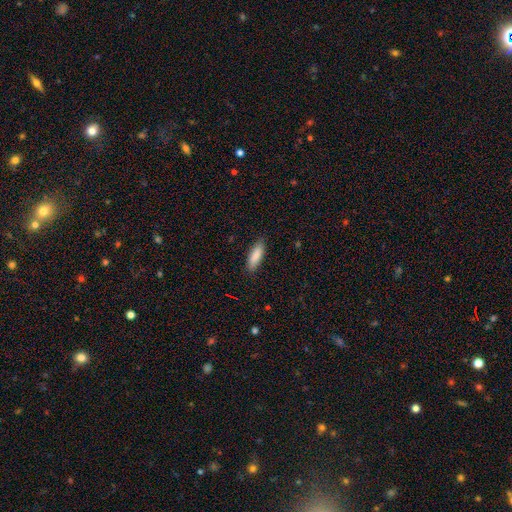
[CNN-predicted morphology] A smooth galaxy with no disk features (86%) that is in between round and cigar-shaped (53%).

Vote fractions:
- Smooth or featured? smooth: 86% / featured or disk: 8% / star or artifact: 6%
- How rounded? in between: 53% / cigar-shaped: 46% / round: 2%
- Merging? none: 85% / minor disturbance: 11% / major disturbance: 2% / merger: 1%